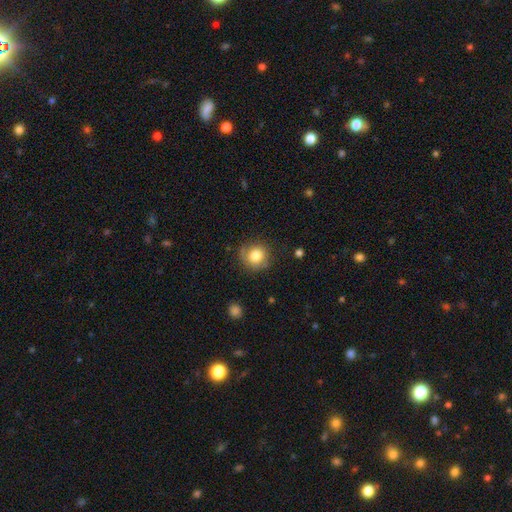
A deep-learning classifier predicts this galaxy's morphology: smooth 76%, featured or disk 15%, star or artifact 9%. Down the decision tree: how rounded — round (88%); merging — none (73%).